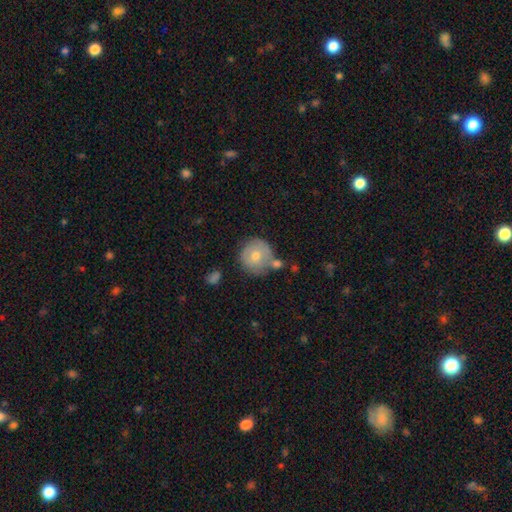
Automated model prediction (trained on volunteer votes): Q: Smooth or featured?
A: smooth (61%); runner-up: featured or disk (31%)
Q: How rounded?
A: round (93%); runner-up: in between (6%)
Q: Merging?
A: none (63%); runner-up: minor disturbance (18%)